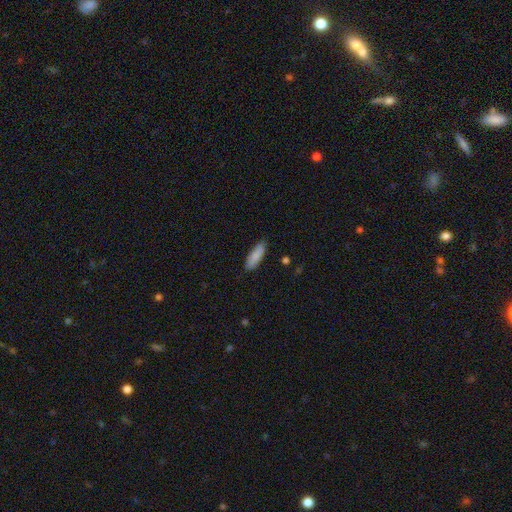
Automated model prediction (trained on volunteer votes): Morphology: type=smooth (88%); roundness=in between (52%); merging=none (85%).